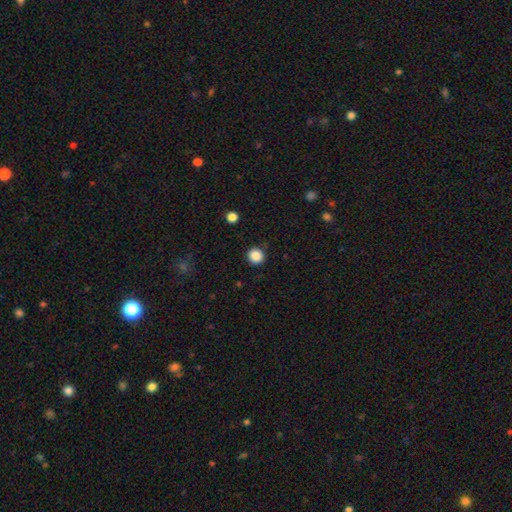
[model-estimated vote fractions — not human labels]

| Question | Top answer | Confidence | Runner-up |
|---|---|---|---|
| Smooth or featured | smooth | 87% | star or artifact (10%) |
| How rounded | round | 93% | in between (6%) |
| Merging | none | 90% | minor disturbance (6%) |